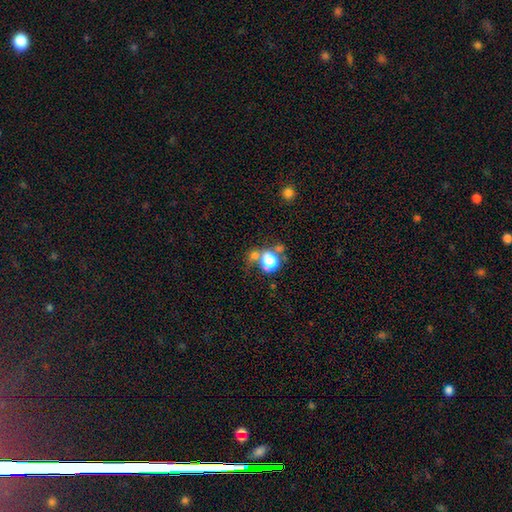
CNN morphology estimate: Q: Smooth or featured?
A: smooth (67%); runner-up: star or artifact (21%)
Q: How rounded?
A: round (66%); runner-up: in between (33%)
Q: Merging?
A: none (44%); runner-up: merger (33%)